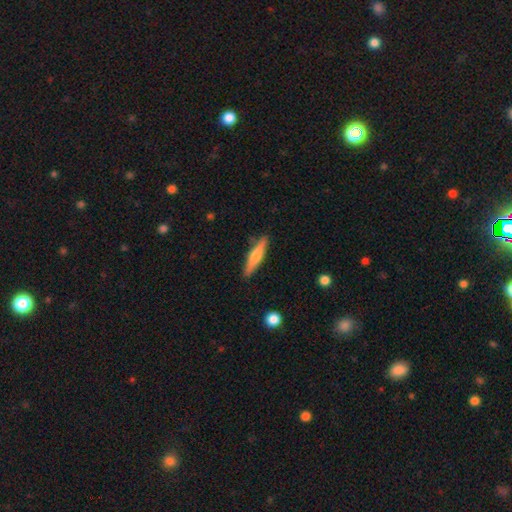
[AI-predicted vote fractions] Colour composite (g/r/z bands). It shows a smooth galaxy with no disk features (57%) that is cigar-shaped (87%). Merging: none (87%).